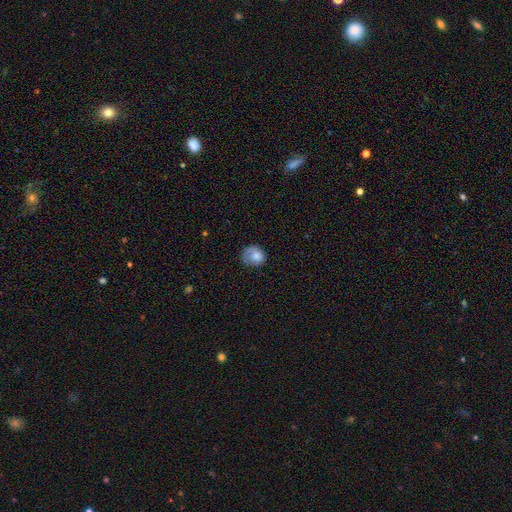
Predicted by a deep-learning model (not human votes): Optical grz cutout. It shows a smooth galaxy with no disk features (74%) that is round (68%). Merging: none (48%).